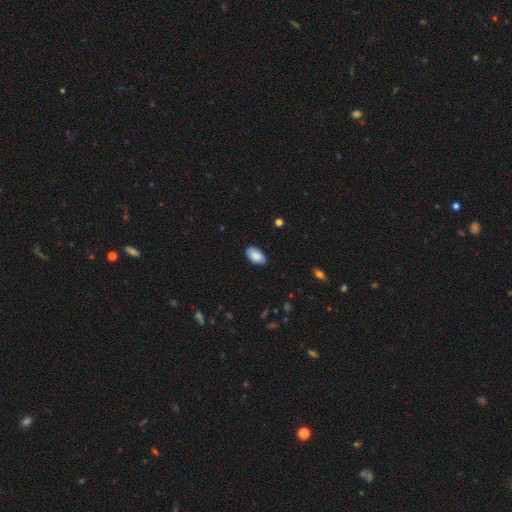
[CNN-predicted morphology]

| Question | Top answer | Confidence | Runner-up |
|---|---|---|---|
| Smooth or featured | smooth | 88% | star or artifact (6%) |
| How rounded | in between | 95% | round (4%) |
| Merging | none | 85% | minor disturbance (12%) |